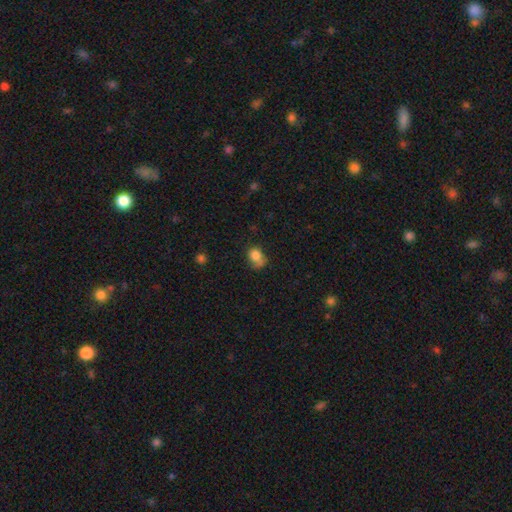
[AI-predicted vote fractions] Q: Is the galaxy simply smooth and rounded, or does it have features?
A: smooth — 80%.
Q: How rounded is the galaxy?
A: in between — 51%.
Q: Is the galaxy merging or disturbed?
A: none — 42%.